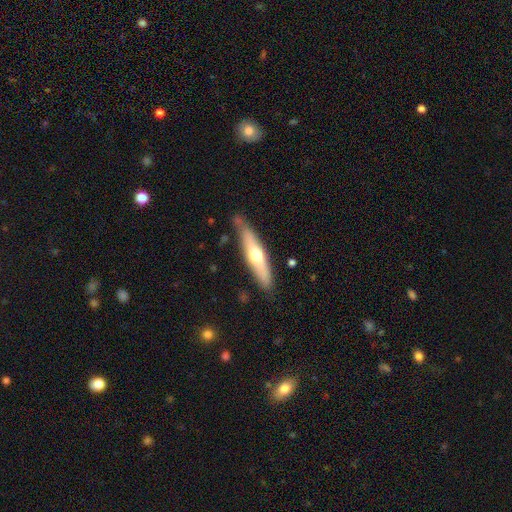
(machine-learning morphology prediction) Q: Smooth or featured?
A: smooth (49%); runner-up: featured or disk (46%)
Q: Merging?
A: none (77%); runner-up: minor disturbance (17%)